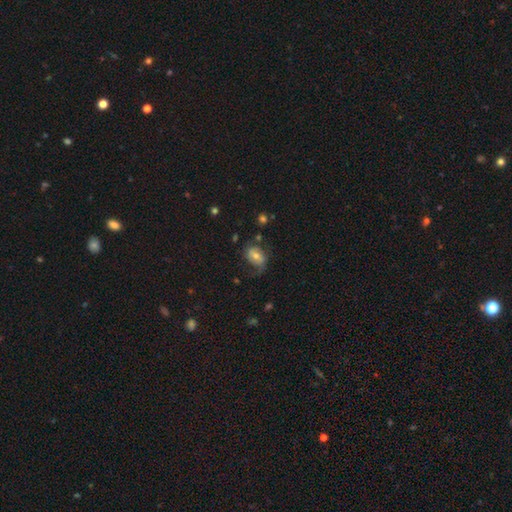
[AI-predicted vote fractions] Overall: smooth (48%; featured or disk 41%). Merging: none (52%; minor disturbance 26%).